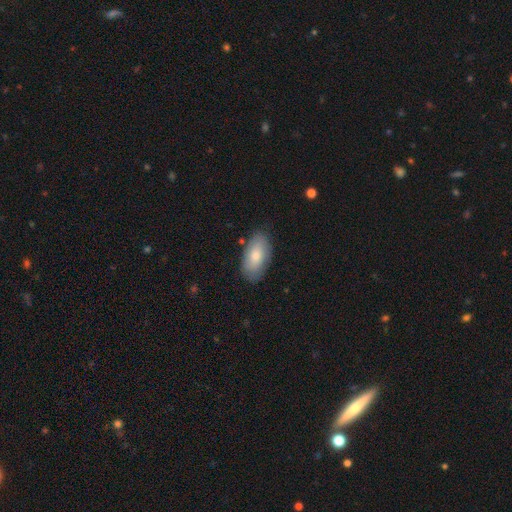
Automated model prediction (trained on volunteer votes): Smooth or featured?
  - smooth: 76% *
  - featured or disk: 18%
  - star or artifact: 6%
How rounded?
  - in between: 94% *
  - cigar-shaped: 3%
  - round: 3%
Merging?
  - none: 80% *
  - minor disturbance: 15%
  - major disturbance: 3%
  - merger: 2%